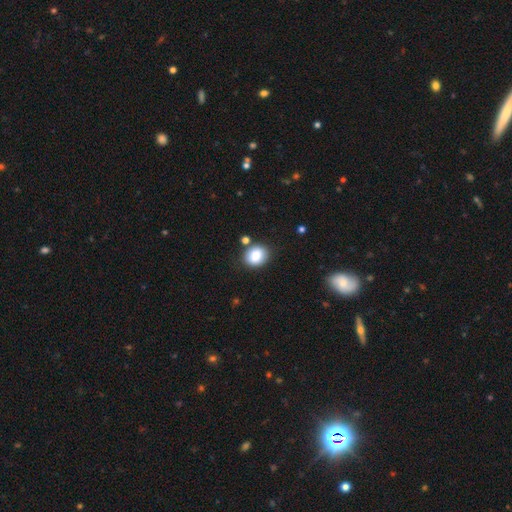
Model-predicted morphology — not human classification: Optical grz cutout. It shows a smooth galaxy with no disk features (85%) that is round (57%). Merging: none (78%).